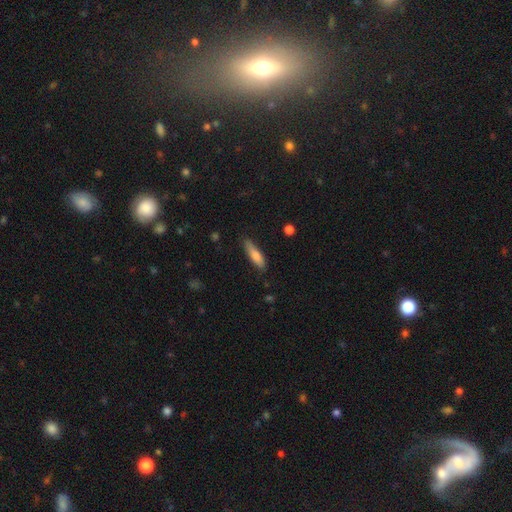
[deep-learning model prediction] Smooth or featured?
  - smooth: 73% *
  - featured or disk: 21%
  - star or artifact: 6%
How rounded?
  - cigar-shaped: 70% *
  - in between: 28%
  - round: 2%
Merging?
  - none: 80% *
  - minor disturbance: 16%
  - major disturbance: 3%
  - merger: 1%